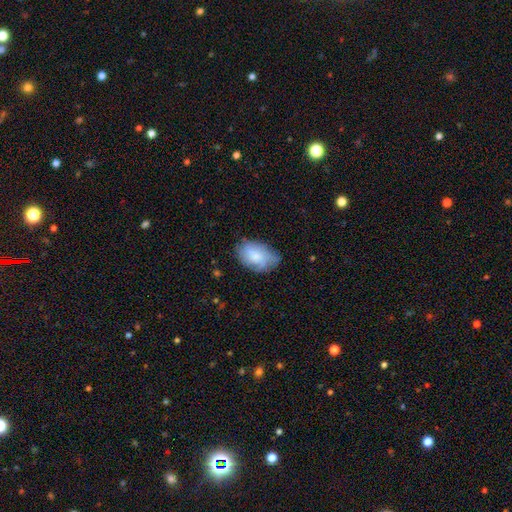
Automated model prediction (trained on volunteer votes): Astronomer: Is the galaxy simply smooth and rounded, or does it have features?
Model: smooth — 70%.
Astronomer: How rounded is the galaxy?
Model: in between — 90%.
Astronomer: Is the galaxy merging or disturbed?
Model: none — 60%.